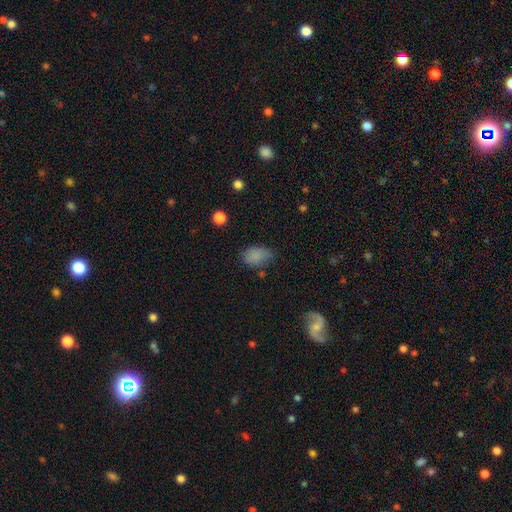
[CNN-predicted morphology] smooth-or-featured: smooth: 83% | star or artifact: 11% | featured or disk: 6%
  how-rounded: in between: 82% | round: 17% | cigar-shaped: 1%
  merging: none: 62% | minor disturbance: 27% | major disturbance: 8% | merger: 3%